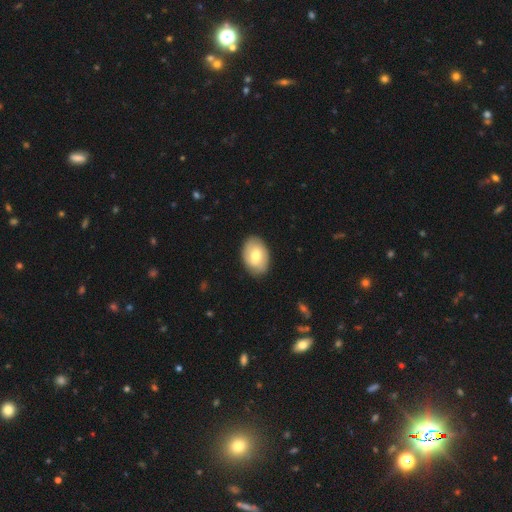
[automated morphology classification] Overall: smooth (67%). How rounded: in between (85%). Merging: none (84%).